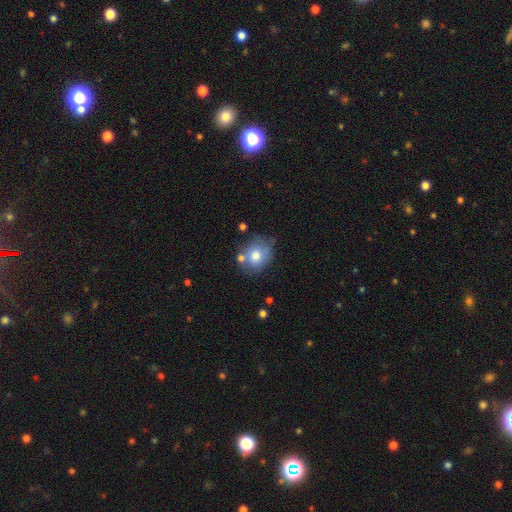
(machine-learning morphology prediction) Smooth or featured? Predicted: smooth (p=0.73). How rounded? Predicted: round (p=0.70). Merging? Predicted: none (p=0.57).